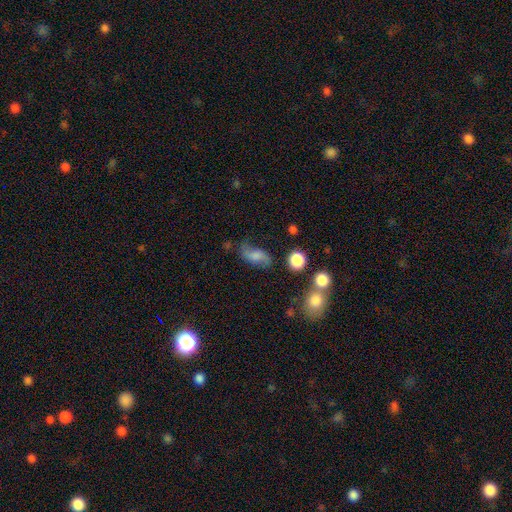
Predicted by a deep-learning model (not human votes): Smooth or featured? featured or disk (48%)
Merging? none (63%)